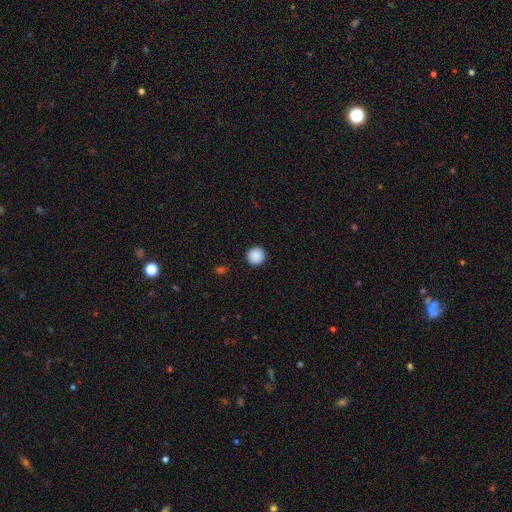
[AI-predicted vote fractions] Q: Smooth or featured?
A: smooth (89%); runner-up: star or artifact (9%)
Q: How rounded?
A: round (95%); runner-up: in between (4%)
Q: Merging?
A: none (92%); runner-up: minor disturbance (5%)